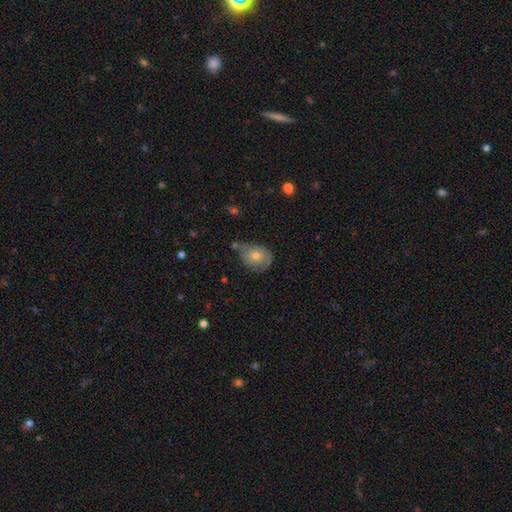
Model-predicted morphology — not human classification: A smooth galaxy with no disk features (50%) that is in between round and cigar-shaped (52%). Merging: none (48%).